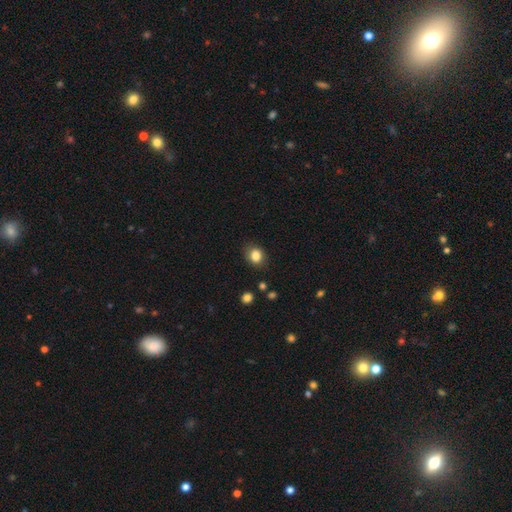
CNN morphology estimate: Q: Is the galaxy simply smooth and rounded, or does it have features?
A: smooth — 84%.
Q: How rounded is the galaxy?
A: round — 56%.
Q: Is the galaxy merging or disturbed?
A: none — 83%.